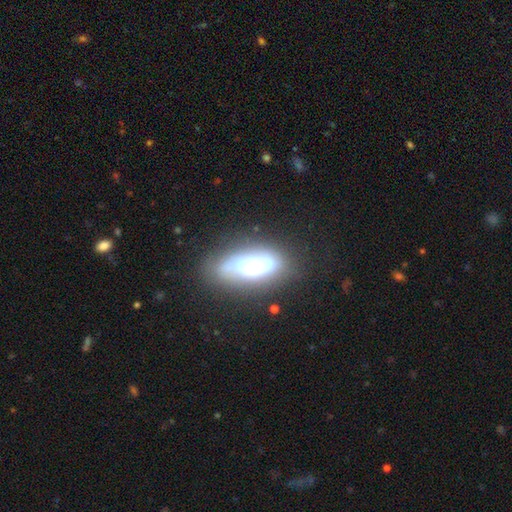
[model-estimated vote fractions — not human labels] Q: Smooth or featured?
A: featured or disk (45%); runner-up: smooth (44%)
Q: Merging?
A: none (68%); runner-up: minor disturbance (20%)